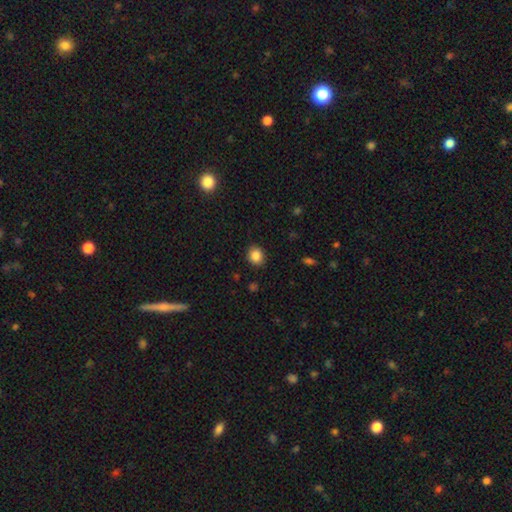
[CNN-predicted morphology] Overall: smooth (86%). How rounded: round (80%). Merging: none (90%).